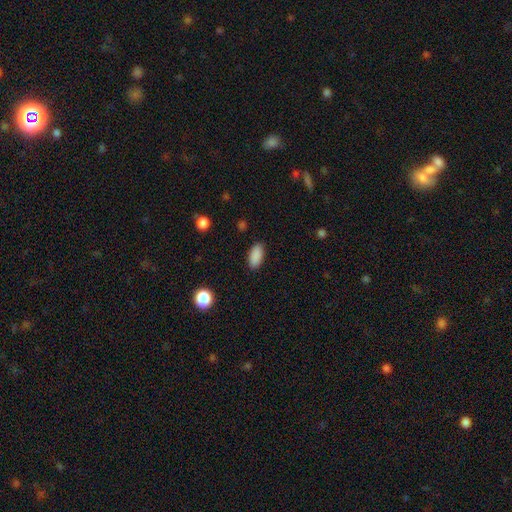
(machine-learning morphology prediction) Q: Smooth or featured?
A: smooth (89%); runner-up: star or artifact (8%)
Q: How rounded?
A: in between (90%); runner-up: cigar-shaped (7%)
Q: Merging?
A: none (88%); runner-up: minor disturbance (8%)